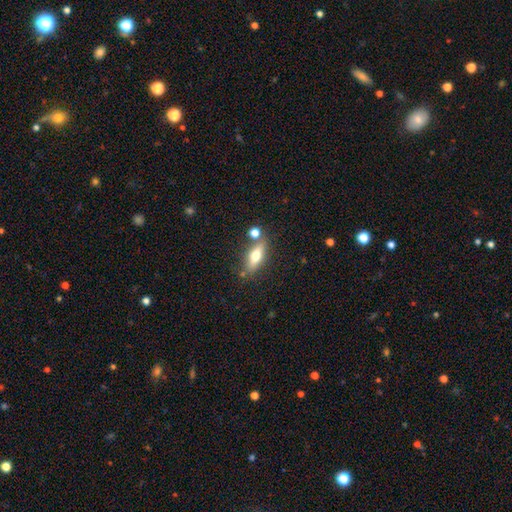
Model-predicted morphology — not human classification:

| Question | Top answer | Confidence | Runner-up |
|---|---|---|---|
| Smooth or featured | smooth | 59% | featured or disk (33%) |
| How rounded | in between | 58% | cigar-shaped (38%) |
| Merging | none | 72% | minor disturbance (13%) |